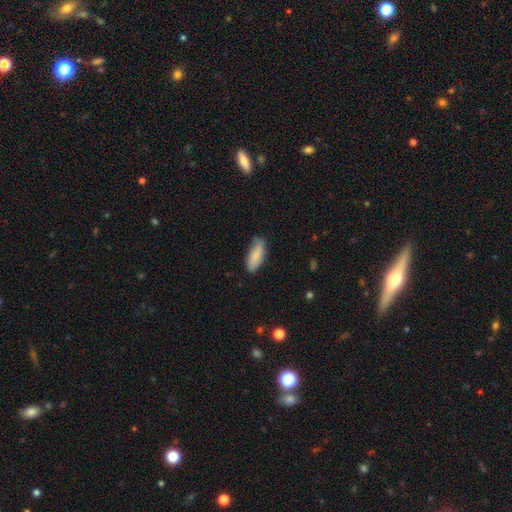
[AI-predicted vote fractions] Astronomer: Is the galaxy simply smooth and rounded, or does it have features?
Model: smooth — 84%.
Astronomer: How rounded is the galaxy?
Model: in between — 75%.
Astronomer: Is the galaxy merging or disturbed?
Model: none — 76%.